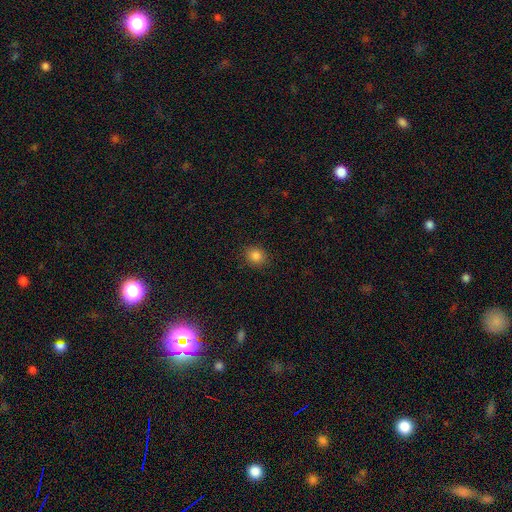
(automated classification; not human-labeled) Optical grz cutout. It shows a smooth galaxy with no disk features (84%) that is round (74%). Merging: none (89%).